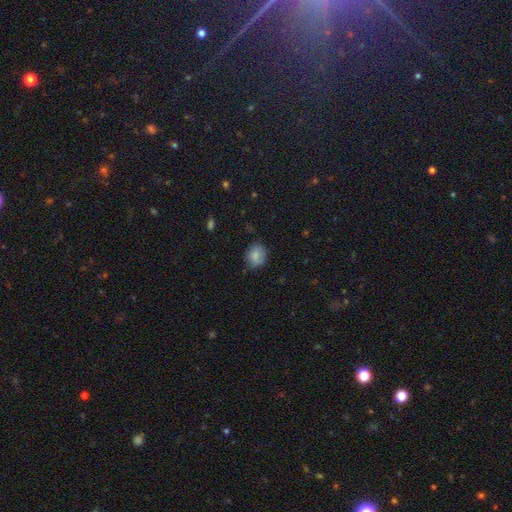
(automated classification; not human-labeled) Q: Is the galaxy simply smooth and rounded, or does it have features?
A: smooth — 82%.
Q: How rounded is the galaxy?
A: round — 65%.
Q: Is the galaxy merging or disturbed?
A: none — 70%.